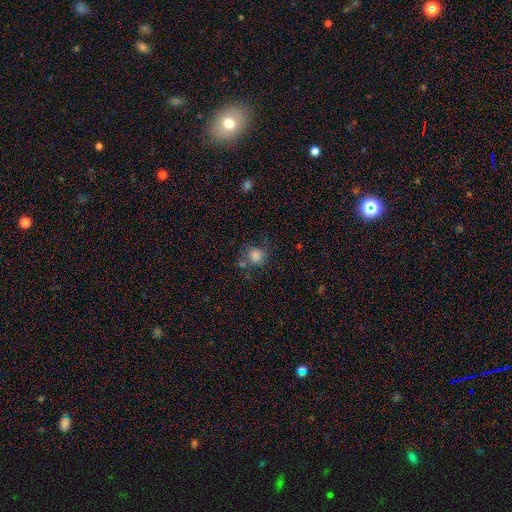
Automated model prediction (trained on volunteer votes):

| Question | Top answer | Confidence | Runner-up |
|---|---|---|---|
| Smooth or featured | smooth | 81% | star or artifact (12%) |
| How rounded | round | 84% | in between (15%) |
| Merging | none | 61% | minor disturbance (19%) |